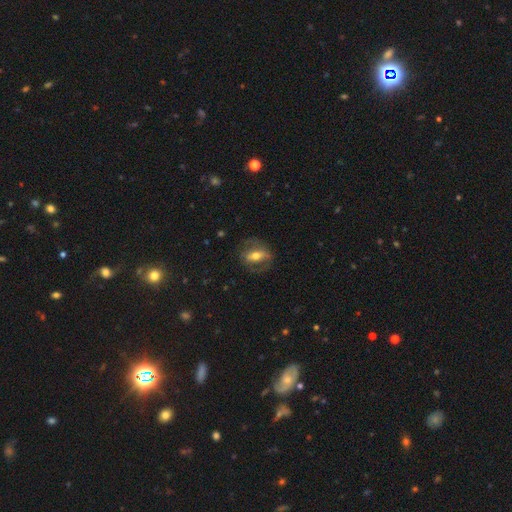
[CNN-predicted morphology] smooth-or-featured: featured or disk: 59% | smooth: 33% | star or artifact: 7%
  disk-edge-on: no: 79% | yes: 21%
  merging: none: 70% | minor disturbance: 16% | major disturbance: 12% | merger: 1%